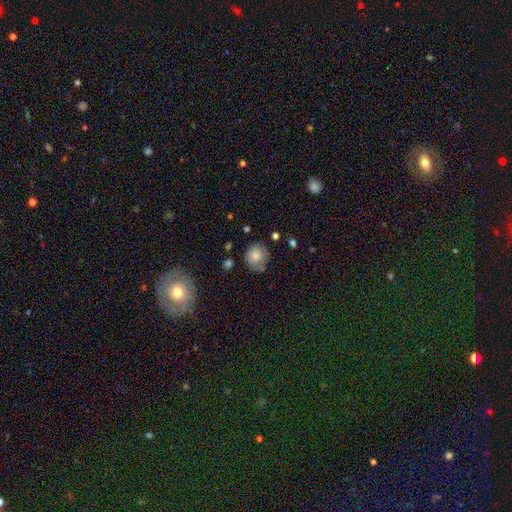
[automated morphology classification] Smooth or featured? smooth (79%)
How rounded? round (84%)
Merging? none (67%)